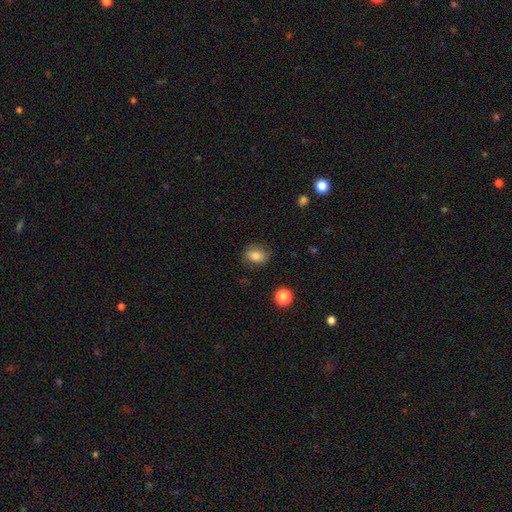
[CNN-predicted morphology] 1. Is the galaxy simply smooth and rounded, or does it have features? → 79% smooth, 11% featured or disk, 10% star or artifact.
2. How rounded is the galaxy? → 61% in between, 37% round, 1% cigar-shaped.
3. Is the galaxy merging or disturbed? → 77% none, 17% minor disturbance, 5% major disturbance, 1% merger.